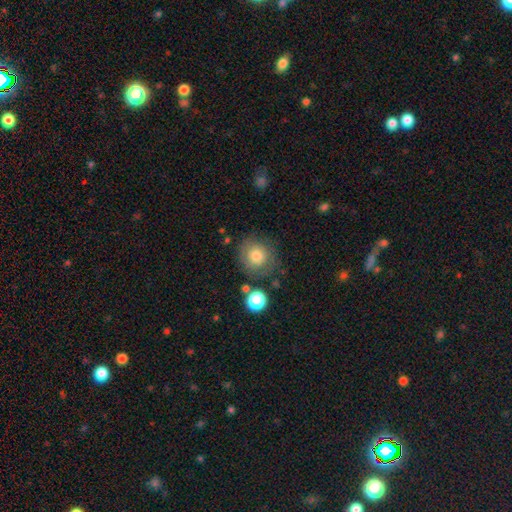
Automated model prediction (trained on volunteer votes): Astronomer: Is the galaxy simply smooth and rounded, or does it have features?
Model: smooth — 74%.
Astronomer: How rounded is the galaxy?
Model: round — 90%.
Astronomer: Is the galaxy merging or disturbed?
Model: none — 73%.